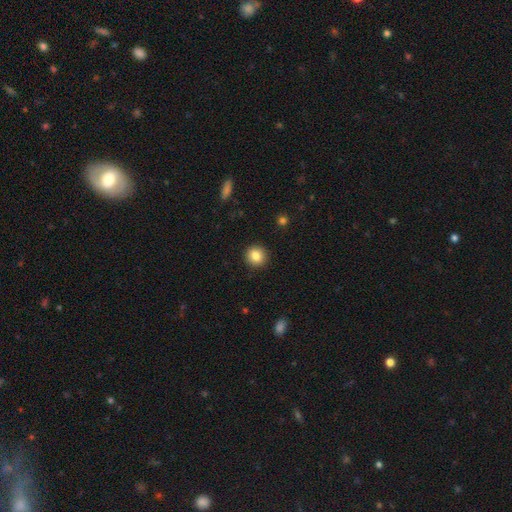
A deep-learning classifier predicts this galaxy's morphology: Q: Smooth or featured?
A: smooth (85%); runner-up: star or artifact (9%)
Q: How rounded?
A: round (87%); runner-up: in between (12%)
Q: Merging?
A: none (91%); runner-up: minor disturbance (6%)